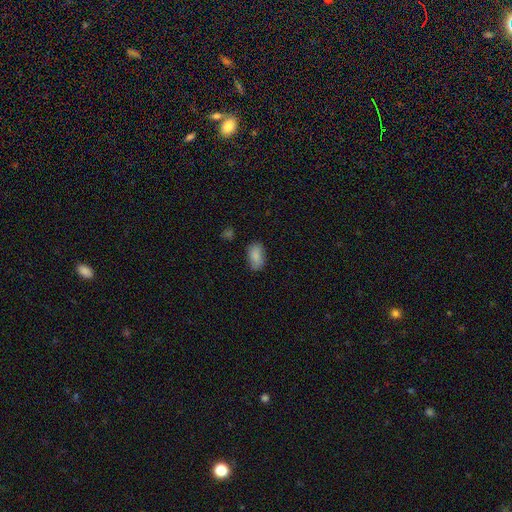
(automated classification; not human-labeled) A smooth galaxy with no disk features (86%) that is in between round and cigar-shaped (91%).

Vote fractions:
- Smooth or featured? smooth: 86% / star or artifact: 8% / featured or disk: 6%
- How rounded? in between: 91% / round: 7% / cigar-shaped: 2%
- Merging? none: 75% / minor disturbance: 19% / major disturbance: 4% / merger: 2%